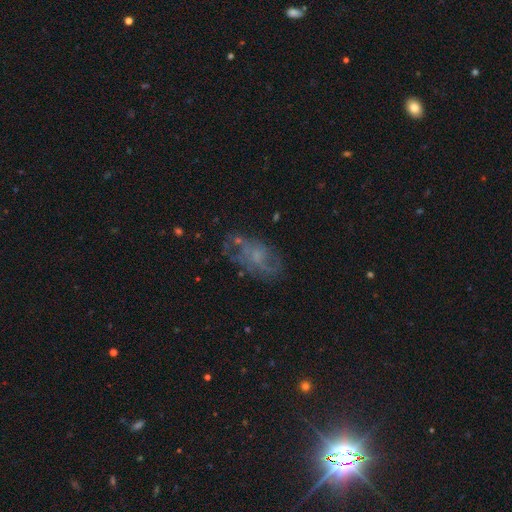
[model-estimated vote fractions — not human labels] A featured or disk galaxy (58%) with no bar (78%), spiral arms (52%) and a small central bulge (40%).

Vote fractions:
- Smooth or featured? featured or disk: 58% / smooth: 29% / star or artifact: 13%
- Edge-on disk? no: 95% / yes: 5%
- Bar? no: 78% / weak: 19% / strong: 3%
- Spiral arms? yes: 52% / no: 48%
- Bulge size? small: 40% / none: 33% / moderate: 23% / large: 3% / dominant: 1%
- Merging? none: 58% / minor disturbance: 21% / major disturbance: 17% / merger: 4%